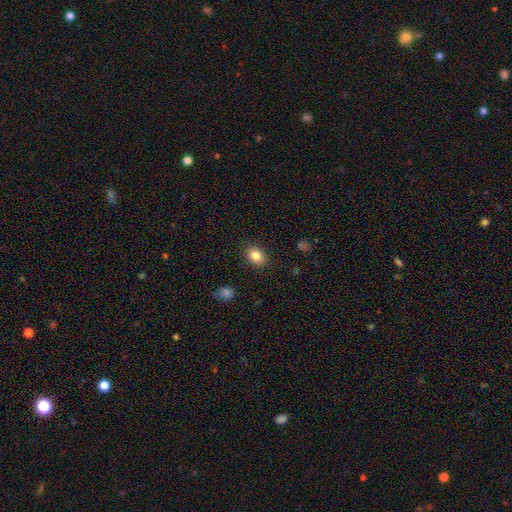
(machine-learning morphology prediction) smooth_or_featured: smooth (p=0.85) [alt: star or artifact p=0.09]
how_rounded: in between (p=0.69) [alt: round p=0.30]
merging: none (p=0.88) [alt: minor disturbance p=0.09]